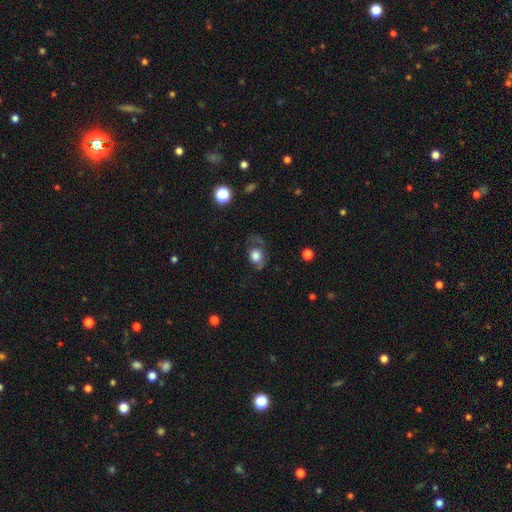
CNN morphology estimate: type=smooth (68%); roundness=in between (53%); merging=none (42%).